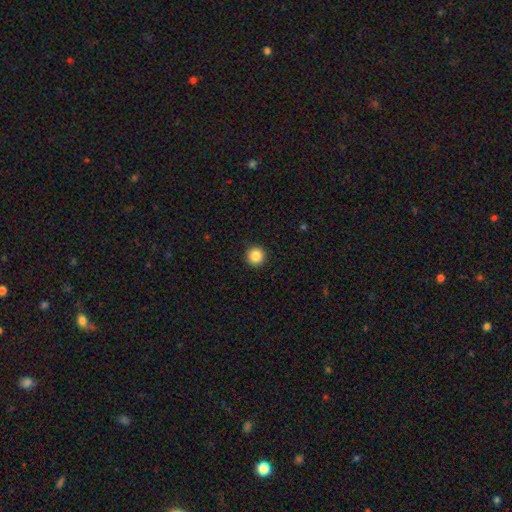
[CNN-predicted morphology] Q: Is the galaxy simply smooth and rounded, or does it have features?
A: smooth — 87%.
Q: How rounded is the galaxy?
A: round — 96%.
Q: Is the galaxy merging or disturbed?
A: none — 93%.